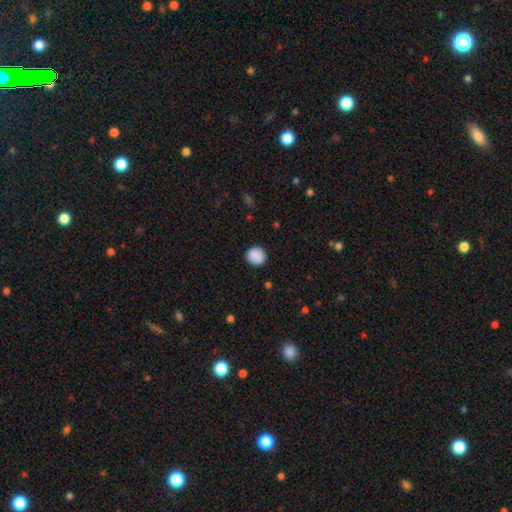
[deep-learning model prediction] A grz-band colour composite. It shows a smooth galaxy with no disk features (88%) that is round (90%). Merging: none (88%).